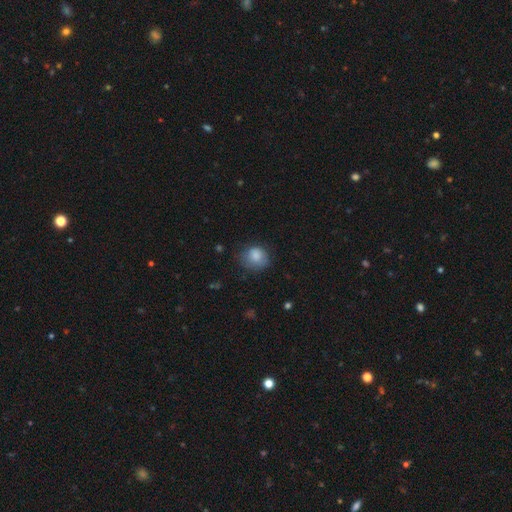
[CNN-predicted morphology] Q: Smooth or featured?
A: smooth (83%); runner-up: featured or disk (9%)
Q: How rounded?
A: round (71%); runner-up: in between (28%)
Q: Merging?
A: none (60%); runner-up: minor disturbance (28%)